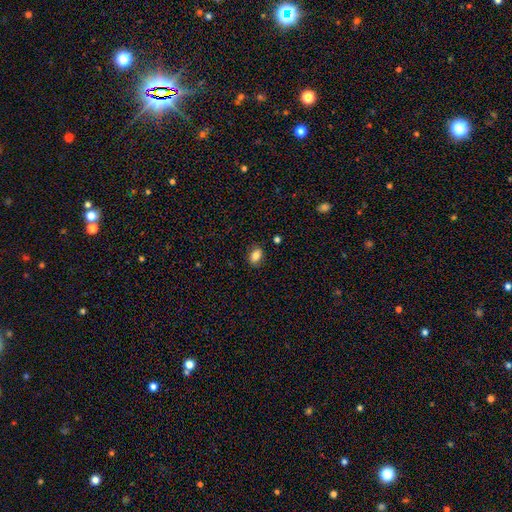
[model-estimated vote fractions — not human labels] smooth-or-featured: smooth: 83% | star or artifact: 9% | featured or disk: 8%
  how-rounded: in between: 80% | round: 18% | cigar-shaped: 2%
  merging: none: 84% | minor disturbance: 12% | major disturbance: 3% | merger: 2%